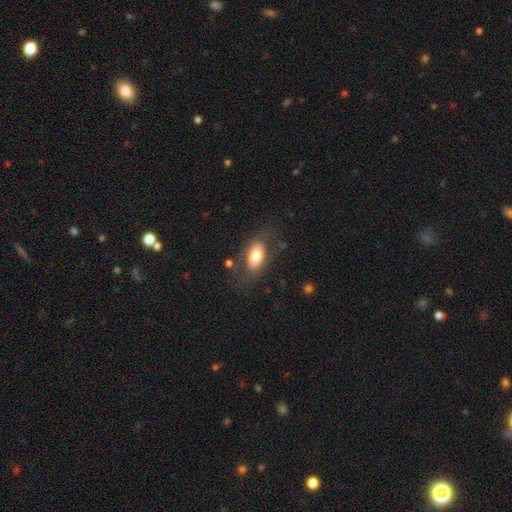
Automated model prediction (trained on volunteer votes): smooth-or-featured: smooth: 71% | featured or disk: 23% | star or artifact: 7%
  how-rounded: in between: 90% | round: 6% | cigar-shaped: 4%
  merging: none: 69% | minor disturbance: 18% | major disturbance: 10% | merger: 2%